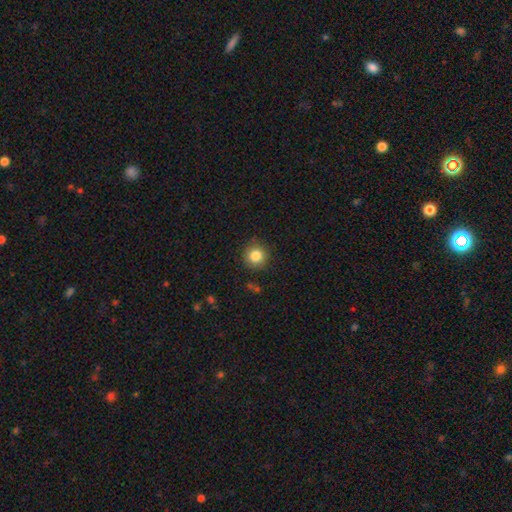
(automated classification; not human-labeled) A smooth galaxy with no disk features (83%) that is round (93%).

Vote fractions:
- Smooth or featured? smooth: 83% / star or artifact: 11% / featured or disk: 6%
- How rounded? round: 93% / in between: 6% / cigar-shaped: 1%
- Merging? none: 88% / minor disturbance: 9% / major disturbance: 3% / merger: 1%